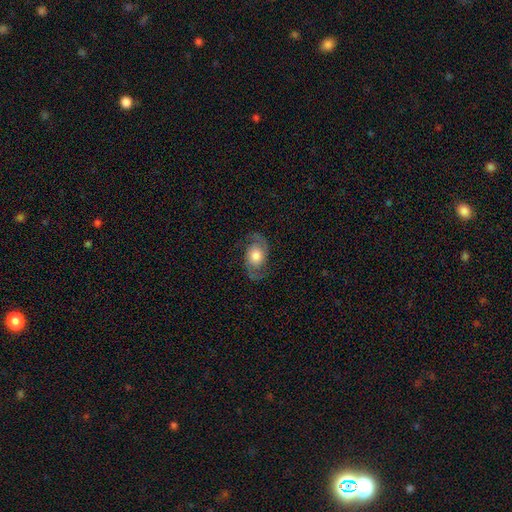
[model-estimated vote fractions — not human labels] Overall: featured or disk (77%). Edge-on disk: no (96%). Bar: no (74%). Spiral arms: yes (93%). Spiral arm count: 2 (93%). Spiral winding: medium (49%; loose 35%). Bulge size: moderate (44%; large 40%). Merging: none (78%).